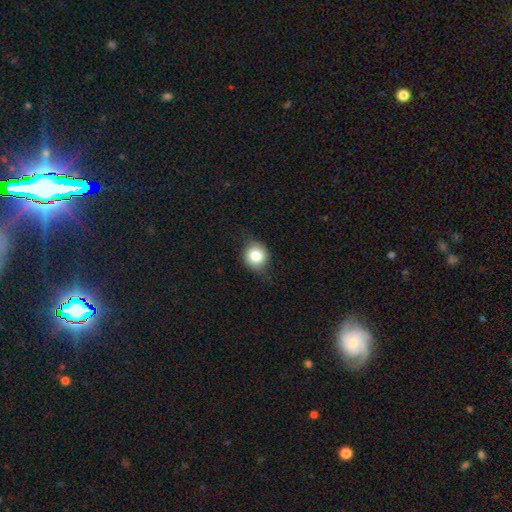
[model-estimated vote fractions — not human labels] Q: Smooth or featured?
A: smooth (75%); runner-up: featured or disk (15%)
Q: How rounded?
A: round (81%); runner-up: in between (18%)
Q: Merging?
A: none (73%); runner-up: minor disturbance (21%)